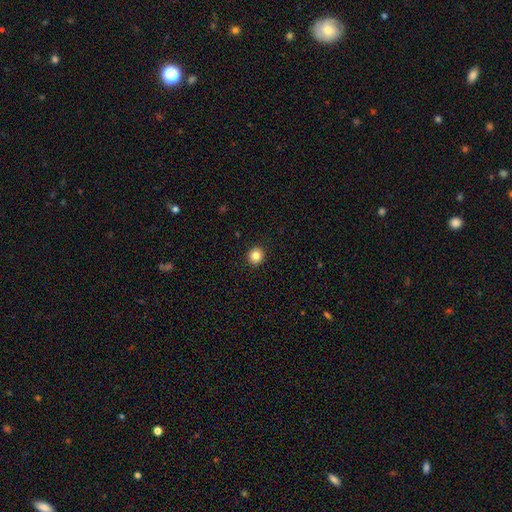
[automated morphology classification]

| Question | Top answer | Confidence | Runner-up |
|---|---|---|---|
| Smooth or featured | smooth | 84% | star or artifact (11%) |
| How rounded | round | 90% | in between (9%) |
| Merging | none | 93% | minor disturbance (4%) |